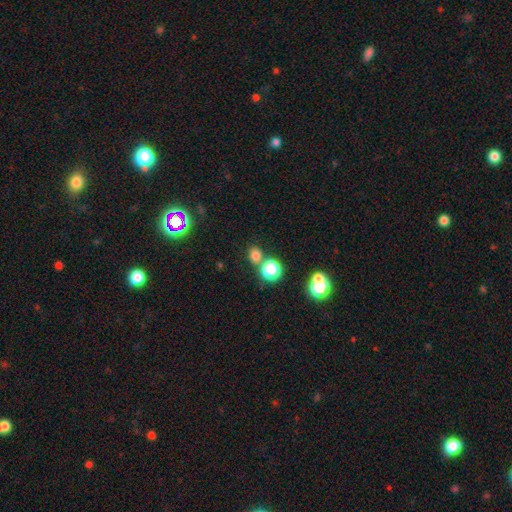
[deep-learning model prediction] Smooth or featured?
  - smooth: 73% *
  - star or artifact: 21%
  - featured or disk: 6%
How rounded?
  - round: 80% *
  - in between: 18%
  - cigar-shaped: 1%
Merging?
  - none: 65% *
  - merger: 25%
  - minor disturbance: 7%
  - major disturbance: 3%